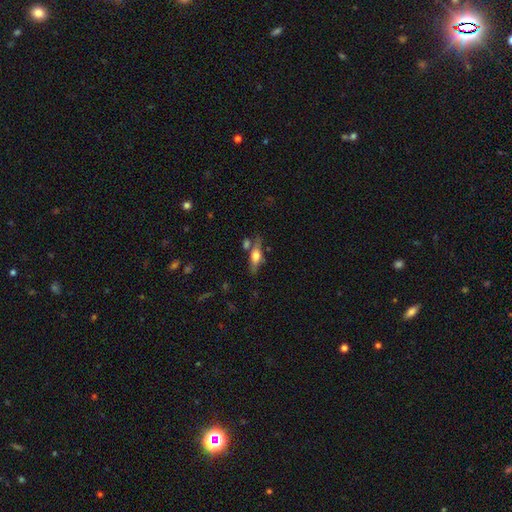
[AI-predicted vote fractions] Overall: featured or disk (51%; smooth 41%). Edge-on disk: yes (86%). Merging: none (63%).